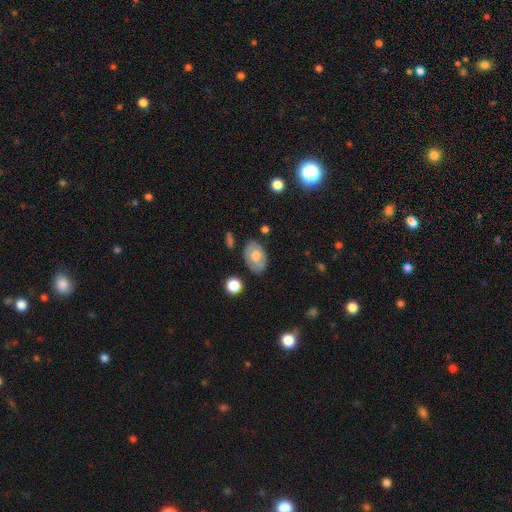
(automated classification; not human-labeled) Smooth or featured? Predicted: smooth (p=0.60). How rounded? Predicted: in between (p=0.87). Merging? Predicted: none (p=0.76).